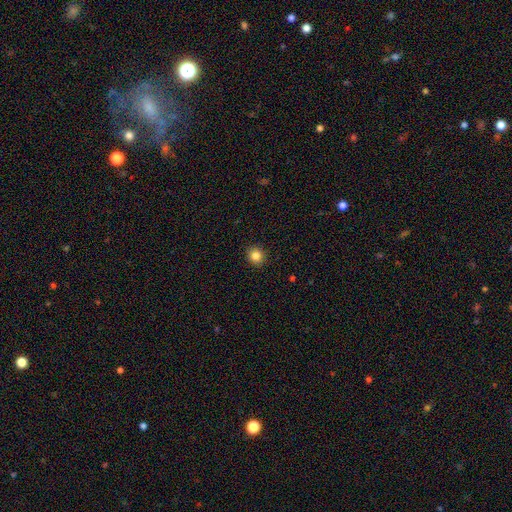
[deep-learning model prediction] Smooth or featured: smooth — 84% (star or artifact — 11%)
How rounded: round — 88% (in between — 11%)
Merging: none — 92% (minor disturbance — 5%)